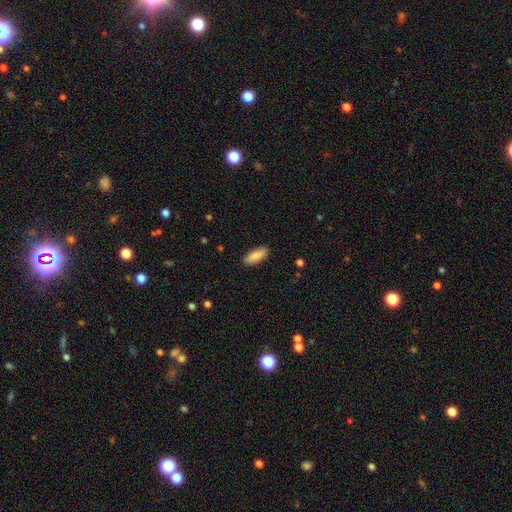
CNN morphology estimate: A smooth galaxy with no disk features (85%) that is in between round and cigar-shaped (72%). Merging: none (89%).